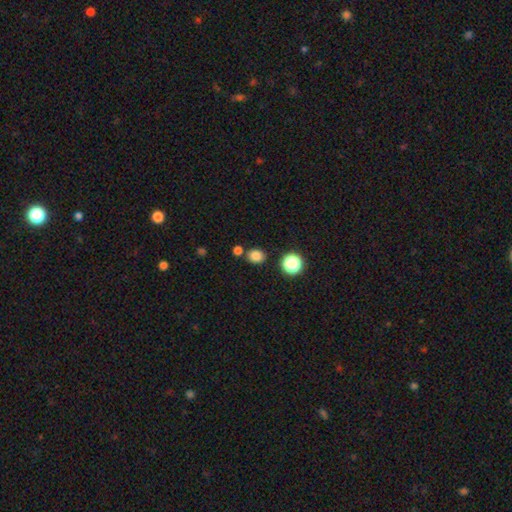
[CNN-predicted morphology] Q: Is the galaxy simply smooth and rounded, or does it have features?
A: smooth — 81%.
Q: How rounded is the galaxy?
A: round — 62%.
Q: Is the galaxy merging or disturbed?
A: none — 77%.